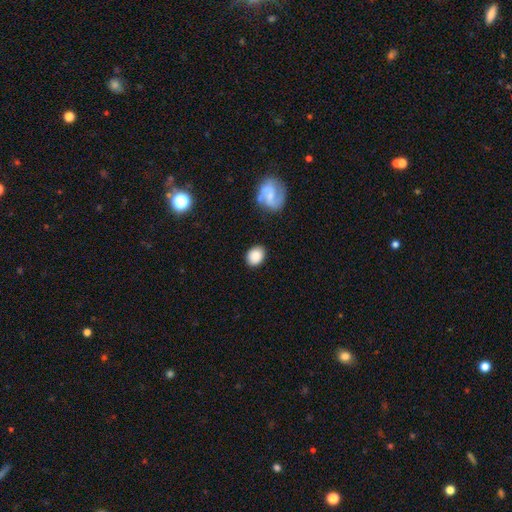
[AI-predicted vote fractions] Smooth or featured? smooth (85%)
How rounded? round (56%)
Merging? none (83%)